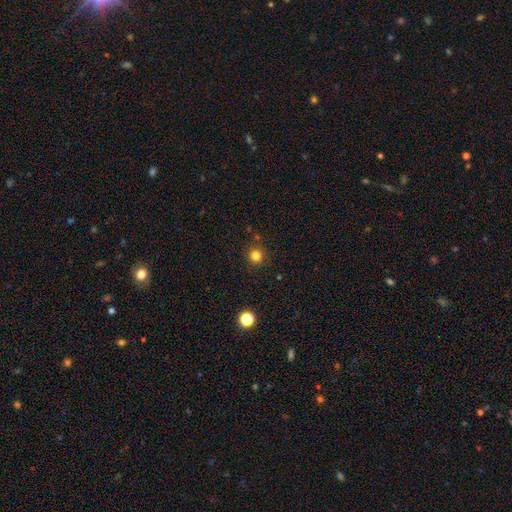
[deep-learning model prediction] smooth_or_featured: smooth (p=0.81) [alt: star or artifact p=0.14]
how_rounded: round (p=0.94) [alt: in between p=0.05]
merging: none (p=0.89) [alt: minor disturbance p=0.07]